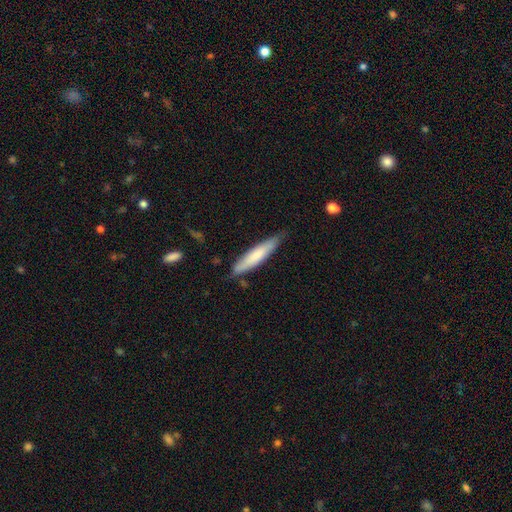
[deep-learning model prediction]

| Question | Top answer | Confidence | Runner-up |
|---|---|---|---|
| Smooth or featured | smooth | 70% | featured or disk (24%) |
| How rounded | cigar-shaped | 85% | in between (14%) |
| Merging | none | 76% | minor disturbance (19%) |